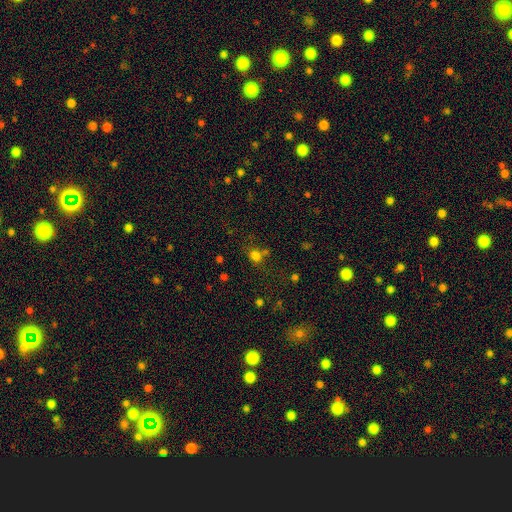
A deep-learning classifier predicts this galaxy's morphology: Smooth or featured: smooth — 72% (star or artifact — 21%)
How rounded: round — 65% (in between — 34%)
Merging: none — 59% (merger — 19%)